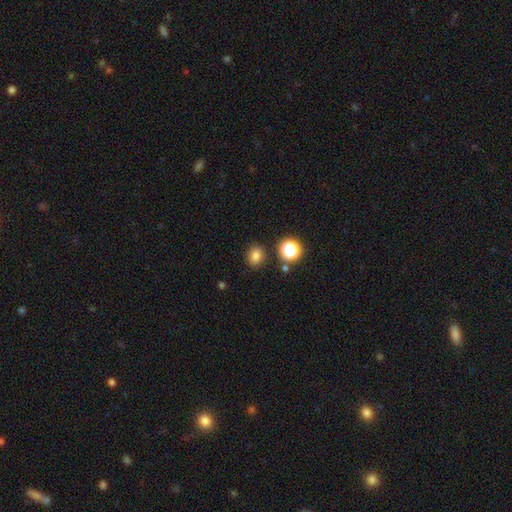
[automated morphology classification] smooth 80%, star or artifact 15%, featured or disk 5%. Down the decision tree: how rounded — round (55%); merging — none (85%).